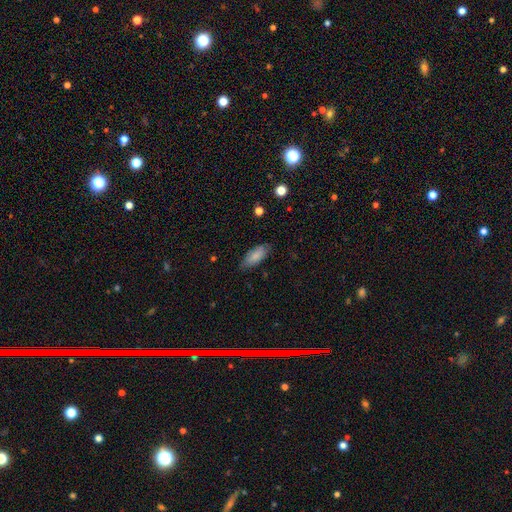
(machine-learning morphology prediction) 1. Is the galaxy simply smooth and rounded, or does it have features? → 83% smooth, 11% featured or disk, 6% star or artifact.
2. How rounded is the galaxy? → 79% in between, 19% cigar-shaped, 2% round.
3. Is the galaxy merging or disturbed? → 80% none, 16% minor disturbance, 3% major disturbance, 1% merger.